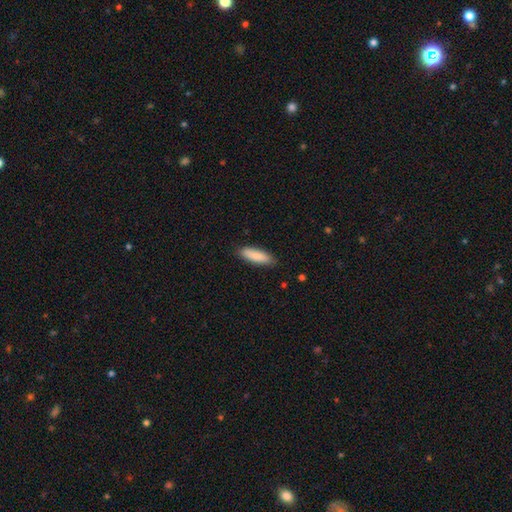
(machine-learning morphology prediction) Overall: smooth (87%). How rounded: cigar-shaped (53%; in between 45%). Merging: none (86%).